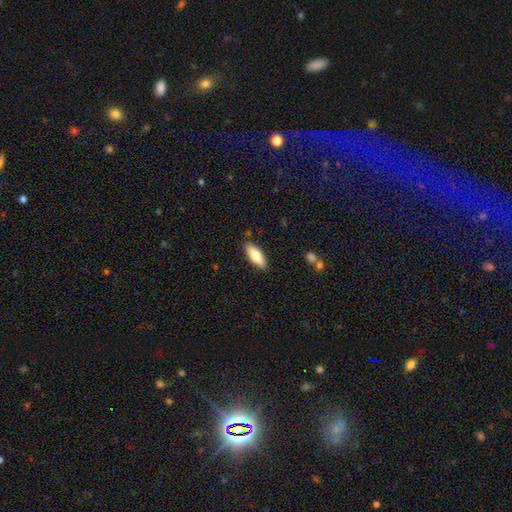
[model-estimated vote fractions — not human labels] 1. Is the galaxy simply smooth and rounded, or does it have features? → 73% smooth, 21% featured or disk, 6% star or artifact.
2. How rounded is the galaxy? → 71% in between, 27% cigar-shaped, 2% round.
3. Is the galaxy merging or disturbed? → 87% none, 9% minor disturbance, 2% major disturbance, 2% merger.